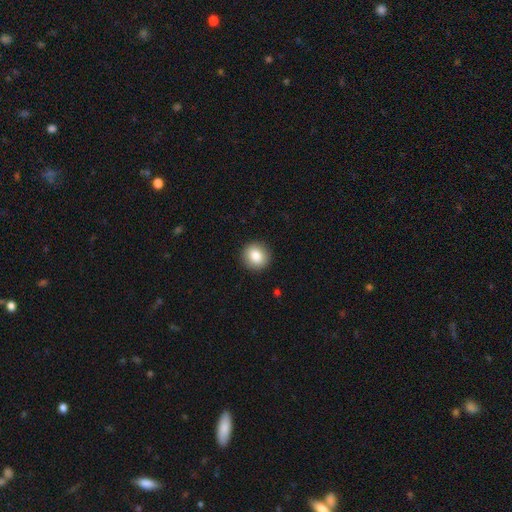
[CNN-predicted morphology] type=smooth (84%); roundness=round (90%); merging=none (92%).